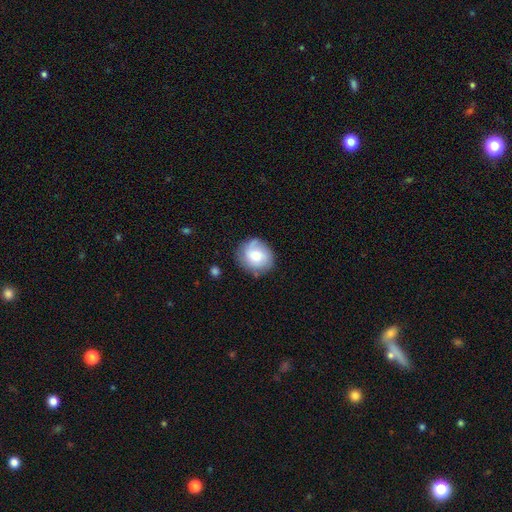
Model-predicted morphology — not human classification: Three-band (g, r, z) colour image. It shows a smooth galaxy with no disk features (62%) that is round (83%). Merging: none (75%).